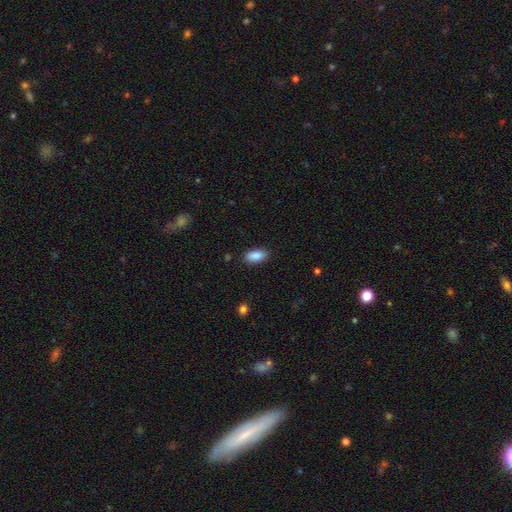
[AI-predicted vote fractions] Smooth or featured?
  - smooth: 89% *
  - star or artifact: 7%
  - featured or disk: 4%
How rounded?
  - in between: 91% *
  - cigar-shaped: 6%
  - round: 2%
Merging?
  - none: 86% *
  - minor disturbance: 10%
  - major disturbance: 2%
  - merger: 1%